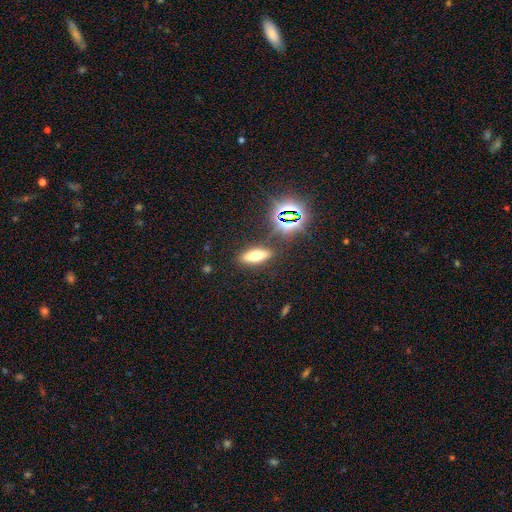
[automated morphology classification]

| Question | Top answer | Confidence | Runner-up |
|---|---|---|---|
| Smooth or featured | smooth | 54% | featured or disk (24%) |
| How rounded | in between | 50% | cigar-shaped (44%) |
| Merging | none | 84% | minor disturbance (9%) |